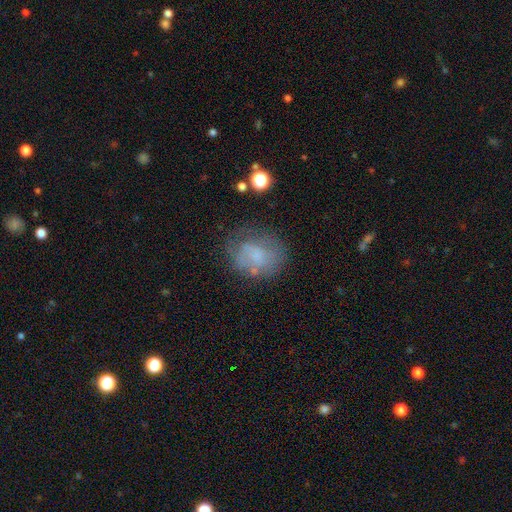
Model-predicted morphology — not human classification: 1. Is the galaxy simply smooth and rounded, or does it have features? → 54% smooth, 33% featured or disk, 12% star or artifact.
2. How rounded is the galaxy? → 57% round, 42% in between, 1% cigar-shaped.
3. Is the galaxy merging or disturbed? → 53% none, 25% minor disturbance, 18% major disturbance, 5% merger.